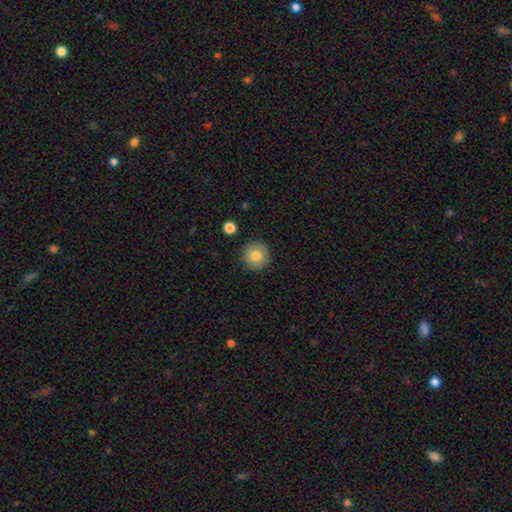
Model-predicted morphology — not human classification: Overall: smooth (81%). How rounded: round (95%). Merging: none (89%).